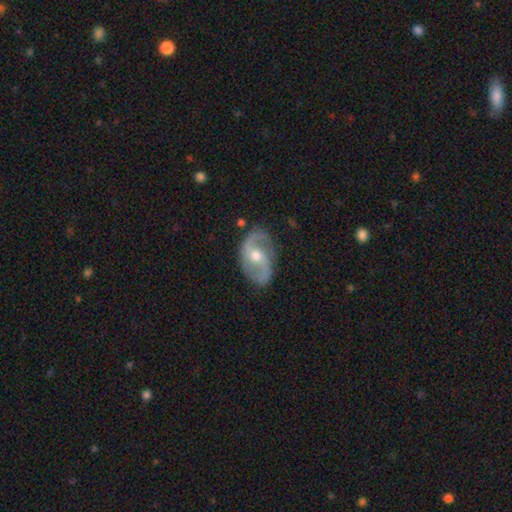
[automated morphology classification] Q: Smooth or featured?
A: featured or disk (86%); runner-up: smooth (9%)
Q: Edge-on disk?
A: no (97%); runner-up: yes (3%)
Q: Bar?
A: no (46%); runner-up: weak (39%)
Q: Spiral arms?
A: yes (94%); runner-up: no (6%)
Q: Spiral winding?
A: medium (47%); runner-up: loose (34%)
Q: Spiral arm count?
A: 2 (90%); runner-up: can't tell (4%)
Q: Bulge size?
A: moderate (69%); runner-up: small (26%)
Q: Merging?
A: none (78%); runner-up: minor disturbance (16%)